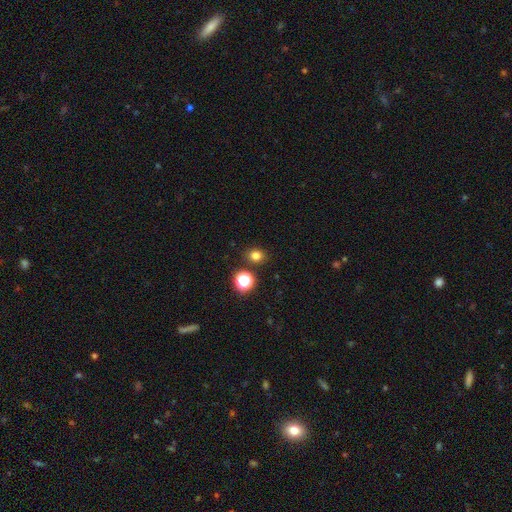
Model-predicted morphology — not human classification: Smooth or featured?
  - smooth: 77% *
  - star or artifact: 17%
  - featured or disk: 5%
How rounded?
  - round: 66% *
  - in between: 33%
  - cigar-shaped: 1%
Merging?
  - none: 85% *
  - minor disturbance: 8%
  - merger: 5%
  - major disturbance: 3%